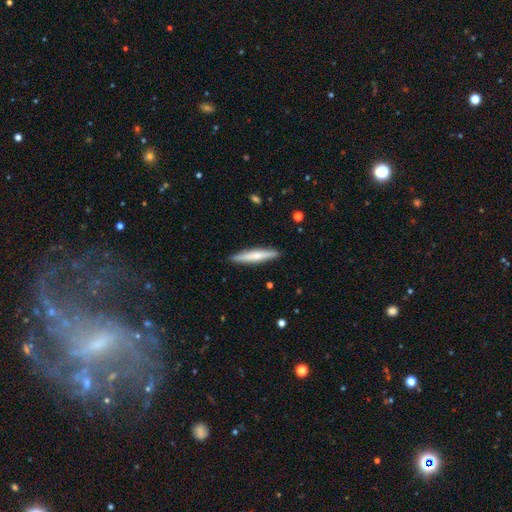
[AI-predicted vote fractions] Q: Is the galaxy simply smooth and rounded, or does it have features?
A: smooth — 57%.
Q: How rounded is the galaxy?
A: cigar-shaped — 92%.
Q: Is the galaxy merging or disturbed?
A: none — 90%.